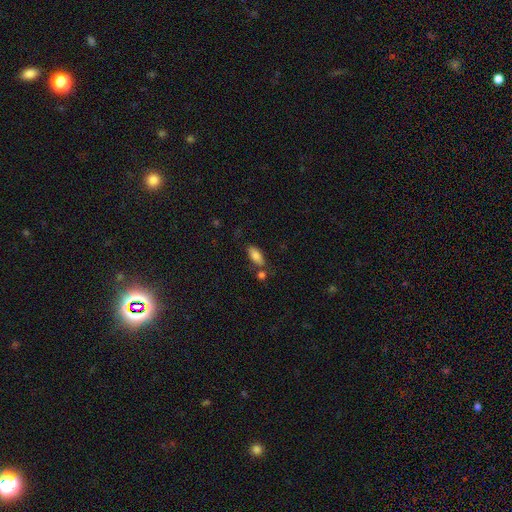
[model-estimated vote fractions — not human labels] Smooth or featured? smooth (81%)
How rounded? in between (85%)
Merging? none (70%)